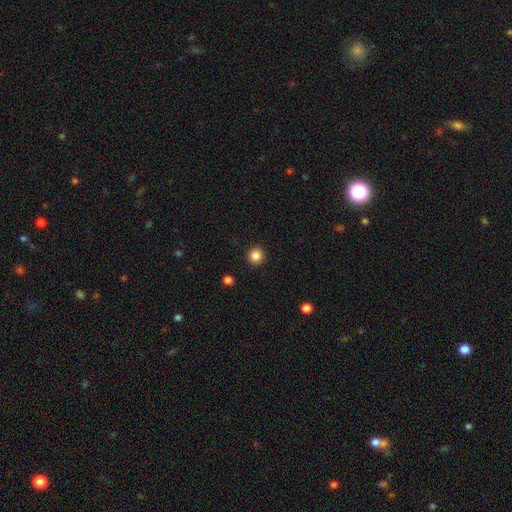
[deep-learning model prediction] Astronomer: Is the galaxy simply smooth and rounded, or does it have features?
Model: smooth — 86%.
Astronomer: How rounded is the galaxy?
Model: round — 94%.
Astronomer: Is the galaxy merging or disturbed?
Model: none — 93%.